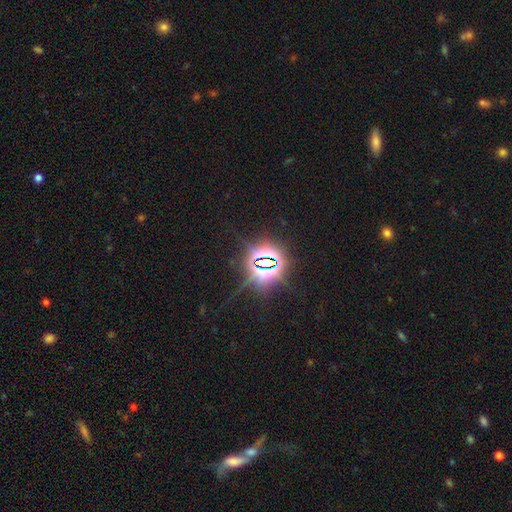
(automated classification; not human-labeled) star or artifact 83%, smooth 9%, featured or disk 8%.